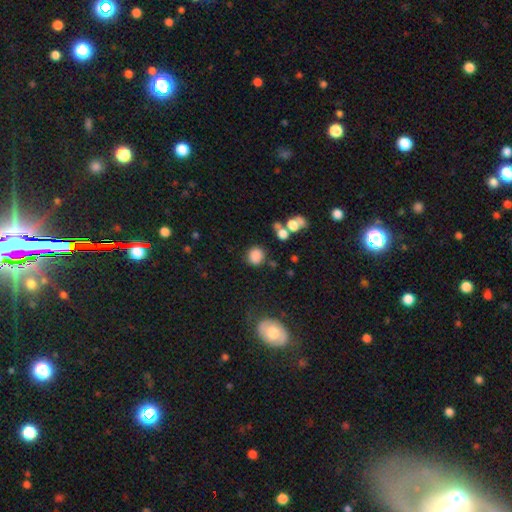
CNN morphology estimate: This appears to be a smooth galaxy with no disk features (83%) that is round (79%). Merging: none (75%).